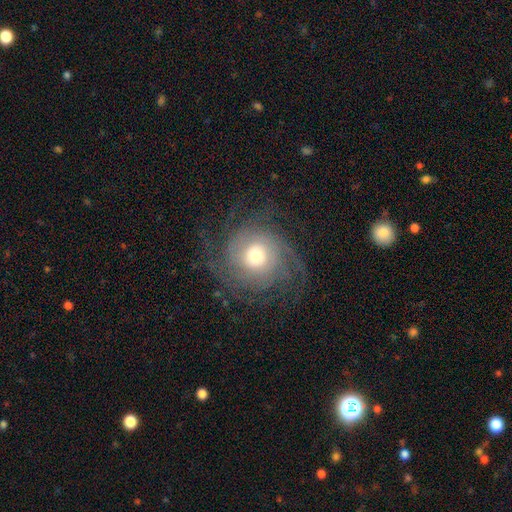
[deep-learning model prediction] This is likely a featured or disk galaxy (79%). It is clearly not viewed edge-on (97%). Bar: likely no (77%). Spiral arm pattern: clearly yes (94%). Spiral arm count: marginally can't tell (28%). Spiral winding: possibly tight (56%). Central bulge: possibly moderate (58%). Merging: likely none (72%).